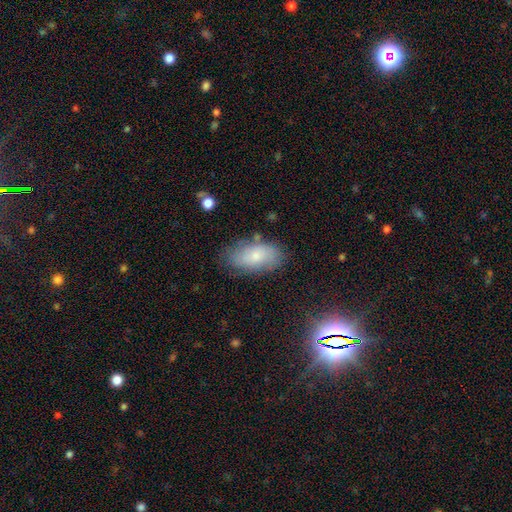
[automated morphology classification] Smooth or featured?
  - smooth: 67% *
  - featured or disk: 25%
  - star or artifact: 9%
How rounded?
  - in between: 92% *
  - cigar-shaped: 4%
  - round: 4%
Merging?
  - none: 74% *
  - minor disturbance: 19%
  - major disturbance: 5%
  - merger: 3%